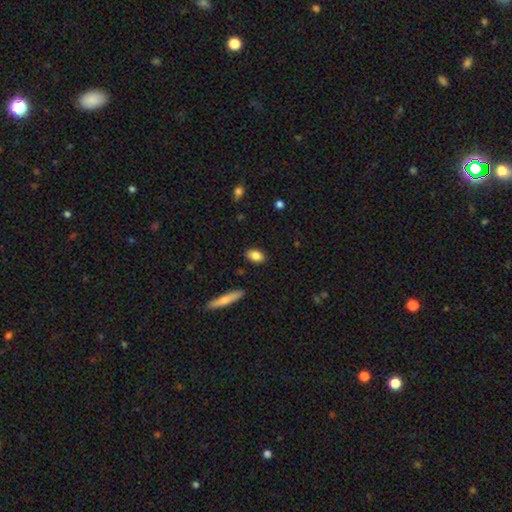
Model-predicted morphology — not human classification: A smooth galaxy with no disk features (85%) that is in between round and cigar-shaped (84%). Merging: none (86%).